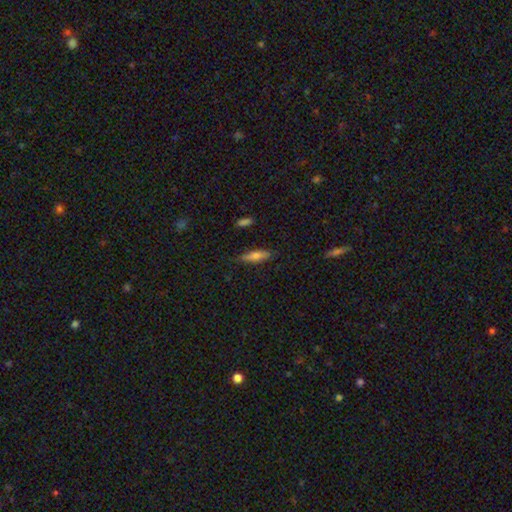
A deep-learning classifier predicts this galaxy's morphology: Q: Smooth or featured?
A: smooth (68%); runner-up: featured or disk (25%)
Q: How rounded?
A: cigar-shaped (62%); runner-up: in between (35%)
Q: Merging?
A: none (78%); runner-up: minor disturbance (17%)